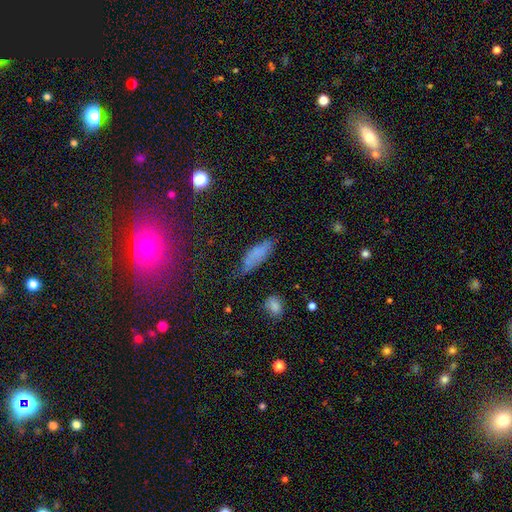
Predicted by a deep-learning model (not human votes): This appears to be a smooth galaxy with no disk features (70%) that is in between round and cigar-shaped (55%). Merging: none (57%).